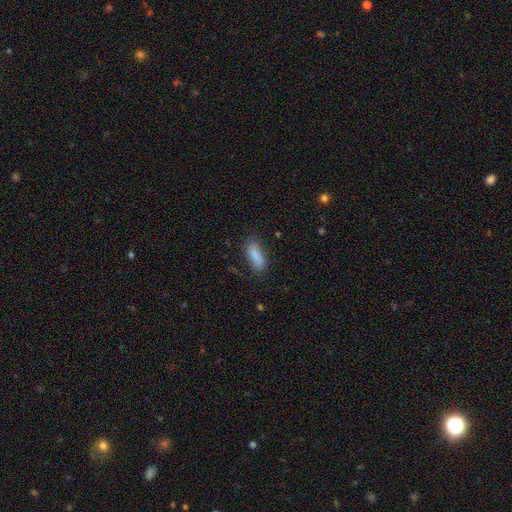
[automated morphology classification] type=smooth (85%); roundness=in between (74%); merging=none (72%).